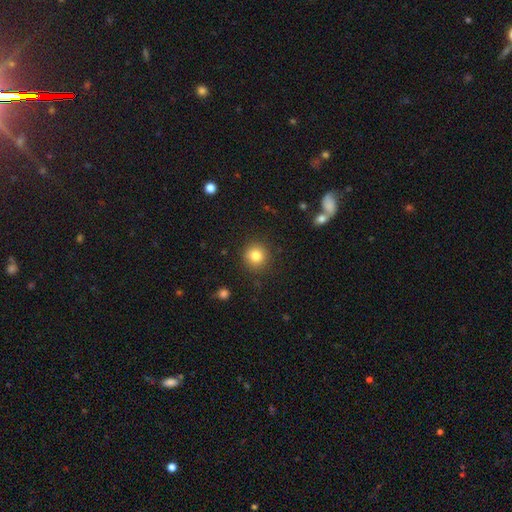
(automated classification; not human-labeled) The model was most divided on "smooth or featured": smooth: 82%, star or artifact: 11%, featured or disk: 7%. More confident: how rounded — round (93%); merging — none (90%).